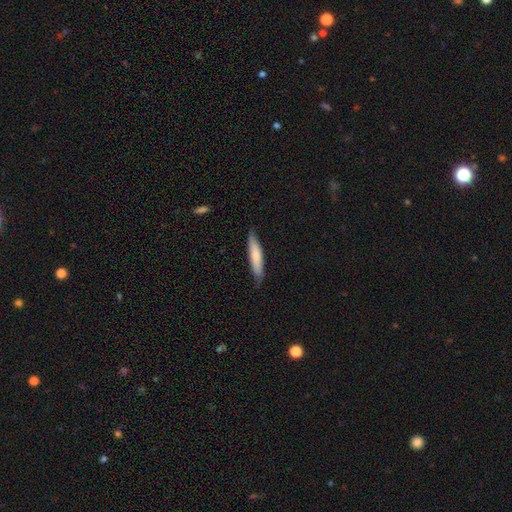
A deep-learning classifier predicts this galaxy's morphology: type=smooth (73%); roundness=cigar-shaped (85%); merging=none (81%).